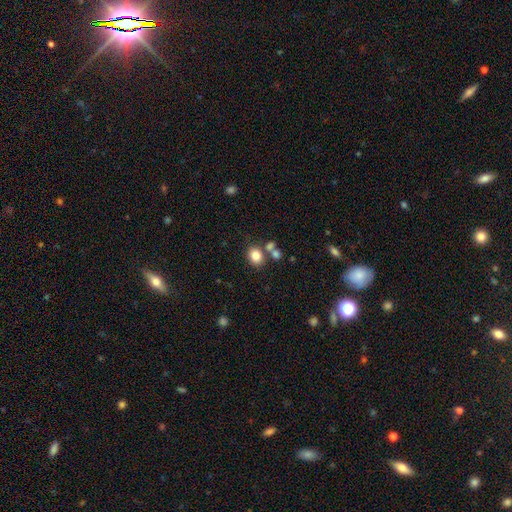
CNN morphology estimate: Q: Smooth or featured?
A: smooth (81%); runner-up: star or artifact (11%)
Q: How rounded?
A: round (57%); runner-up: in between (42%)
Q: Merging?
A: none (66%); runner-up: merger (19%)